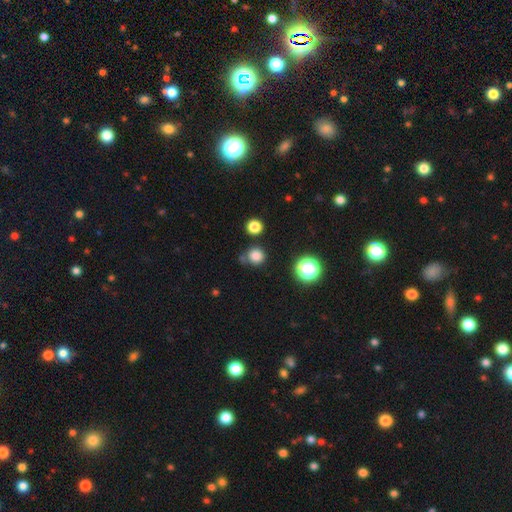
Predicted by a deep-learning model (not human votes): Smooth or featured: smooth — 80% (star or artifact — 15%)
How rounded: round — 91% (in between — 8%)
Merging: none — 78% (minor disturbance — 10%)